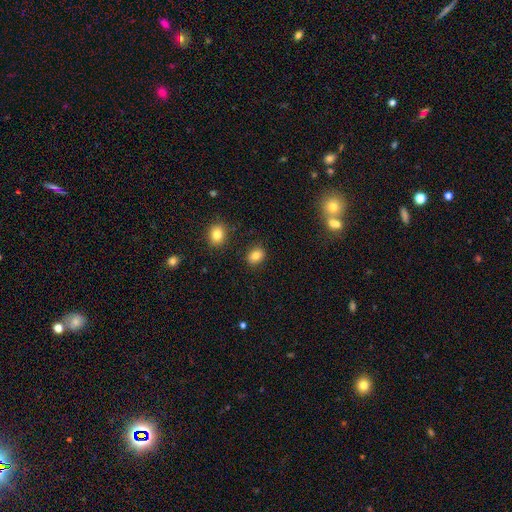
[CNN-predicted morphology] Smooth or featured: smooth — 82% (star or artifact — 10%)
How rounded: in between — 62% (round — 37%)
Merging: none — 86% (minor disturbance — 9%)